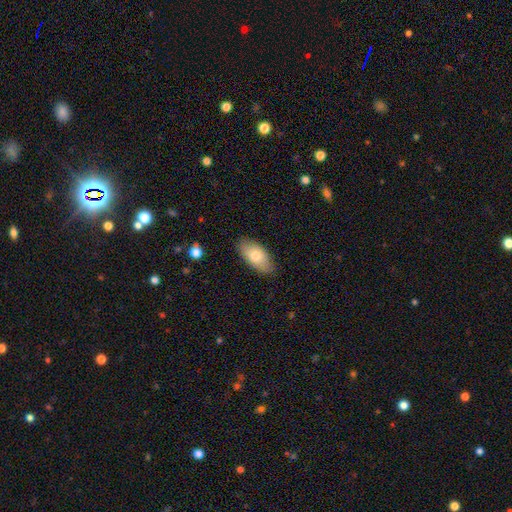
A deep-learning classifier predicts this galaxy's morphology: A smooth galaxy with no disk features (76%) that is in between round and cigar-shaped (93%).

Vote fractions:
- Smooth or featured? smooth: 76% / featured or disk: 18% / star or artifact: 6%
- How rounded? in between: 93% / cigar-shaped: 4% / round: 3%
- Merging? none: 85% / minor disturbance: 12% / major disturbance: 2% / merger: 1%